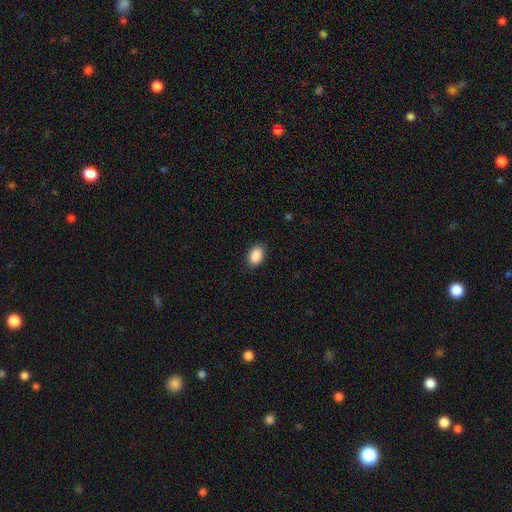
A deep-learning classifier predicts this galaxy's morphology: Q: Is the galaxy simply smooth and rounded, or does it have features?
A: smooth — 90%.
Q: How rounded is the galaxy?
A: in between — 88%.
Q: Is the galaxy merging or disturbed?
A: none — 86%.